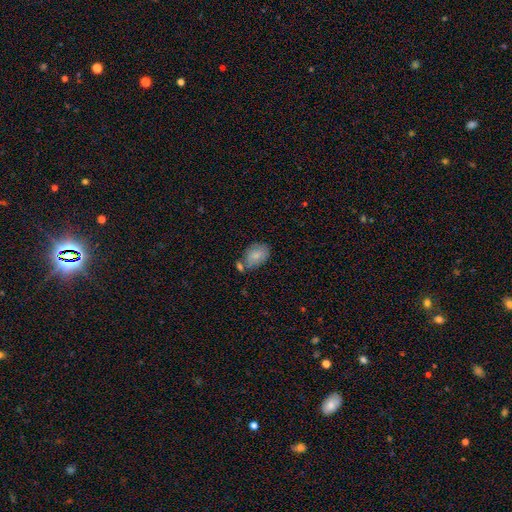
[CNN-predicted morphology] Smooth or featured?
  - smooth: 81% *
  - featured or disk: 12%
  - star or artifact: 7%
How rounded?
  - in between: 83% *
  - round: 15%
  - cigar-shaped: 1%
Merging?
  - none: 56% *
  - minor disturbance: 20%
  - merger: 19%
  - major disturbance: 6%